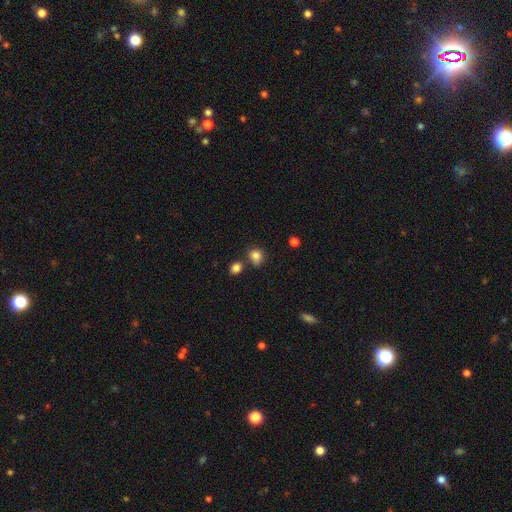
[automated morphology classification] This is clearly a smooth galaxy (82%). How rounded: likely round (73%). Merging: likely none (62%).